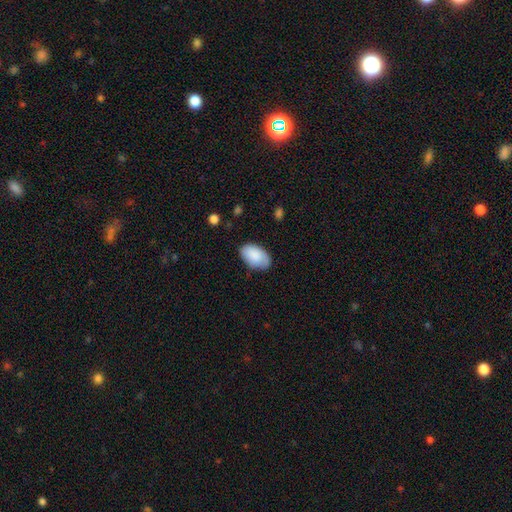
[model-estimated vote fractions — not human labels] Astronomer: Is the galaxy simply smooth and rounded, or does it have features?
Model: smooth — 84%.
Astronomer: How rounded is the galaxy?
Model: in between — 94%.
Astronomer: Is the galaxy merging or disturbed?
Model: none — 75%.